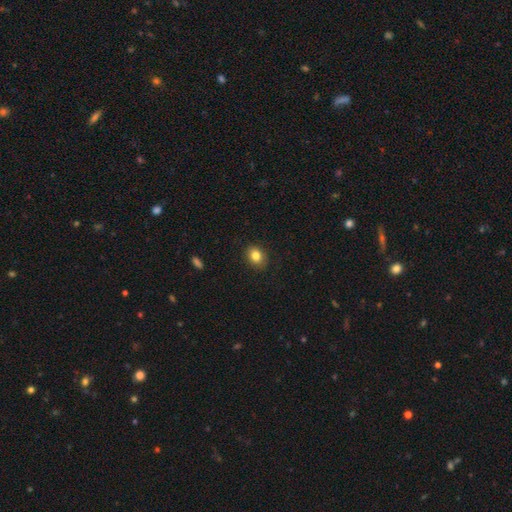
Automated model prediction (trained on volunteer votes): smooth_or_featured: smooth (p=0.83) [alt: star or artifact p=0.10]
how_rounded: in between (p=0.56) [alt: round p=0.43]
merging: none (p=0.88) [alt: minor disturbance p=0.08]